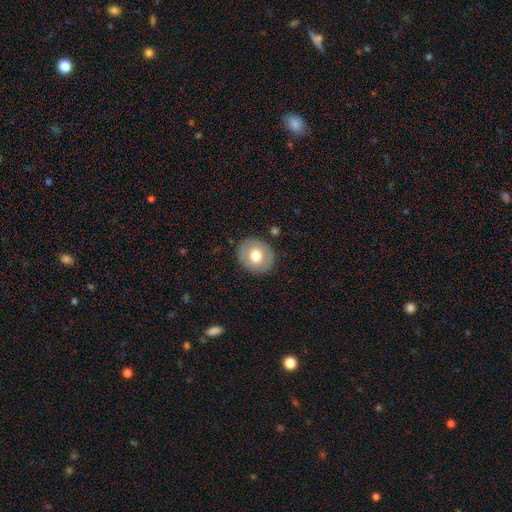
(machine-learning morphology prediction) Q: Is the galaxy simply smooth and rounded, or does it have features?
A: smooth — 65%.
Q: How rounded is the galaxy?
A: round — 73%.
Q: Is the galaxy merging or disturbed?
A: none — 86%.